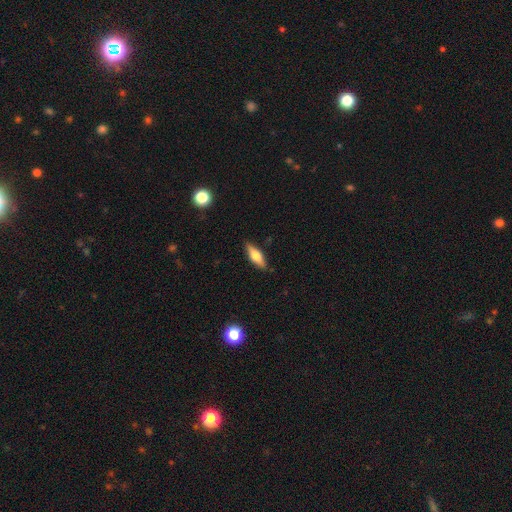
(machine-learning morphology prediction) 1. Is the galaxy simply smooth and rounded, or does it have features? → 55% smooth, 39% featured or disk, 7% star or artifact.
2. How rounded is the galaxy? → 53% in between, 44% cigar-shaped, 3% round.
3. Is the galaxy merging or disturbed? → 87% none, 10% minor disturbance, 2% major disturbance, 1% merger.